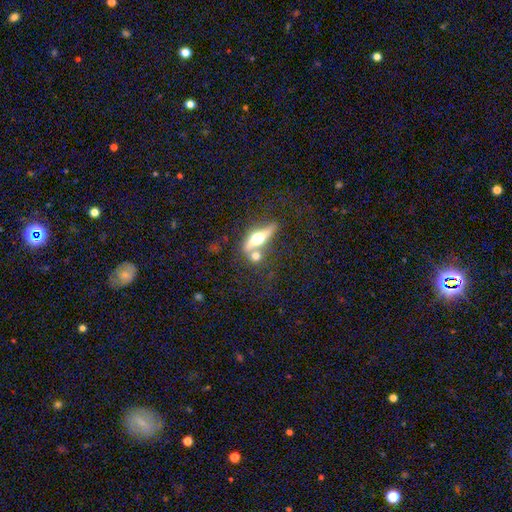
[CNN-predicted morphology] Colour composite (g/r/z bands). It shows a featured or disk galaxy (58%) viewed edge-on (84%). Merging: none (53%).